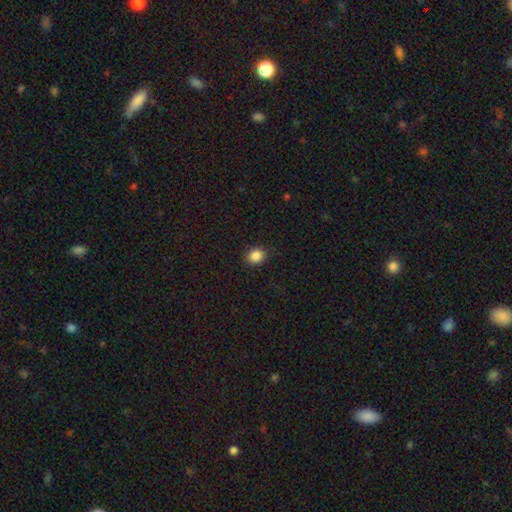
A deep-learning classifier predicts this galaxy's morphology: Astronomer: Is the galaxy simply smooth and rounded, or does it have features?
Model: smooth — 87%.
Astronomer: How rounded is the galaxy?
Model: round — 69%.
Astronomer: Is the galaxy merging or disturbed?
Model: none — 90%.